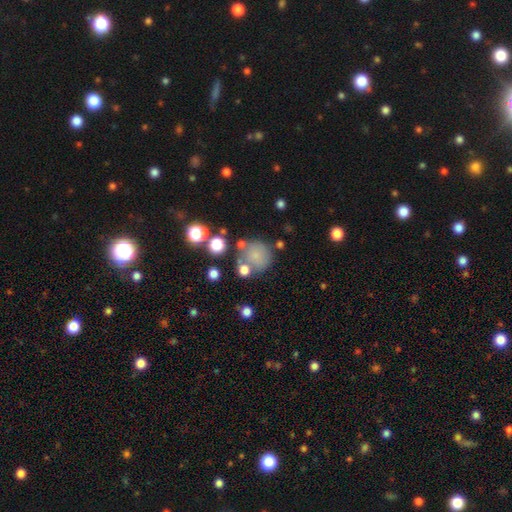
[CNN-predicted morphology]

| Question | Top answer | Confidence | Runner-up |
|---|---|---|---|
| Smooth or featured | smooth | 71% | featured or disk (15%) |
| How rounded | round | 90% | in between (9%) |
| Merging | none | 63% | minor disturbance (16%) |